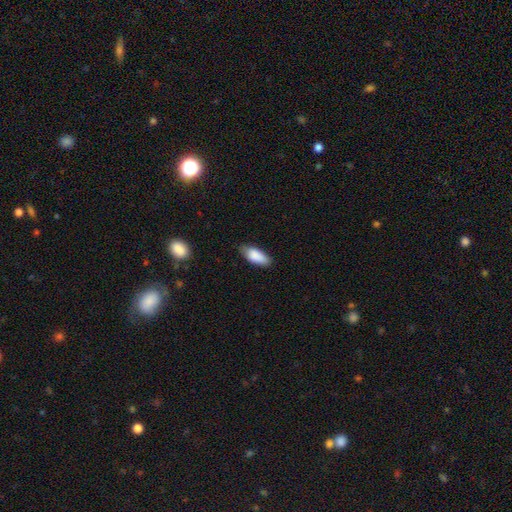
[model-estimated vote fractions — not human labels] Q: Smooth or featured?
A: smooth (88%); runner-up: star or artifact (6%)
Q: How rounded?
A: in between (84%); runner-up: cigar-shaped (13%)
Q: Merging?
A: none (70%); runner-up: minor disturbance (24%)